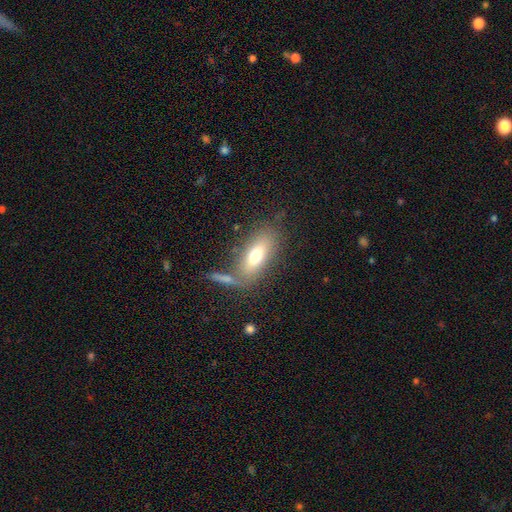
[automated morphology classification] This appears to be a smooth galaxy with no disk features (69%) that is in between round and cigar-shaped (79%). Merging: none (65%).